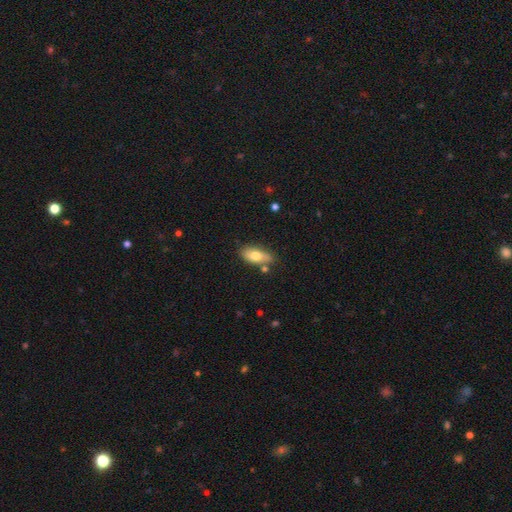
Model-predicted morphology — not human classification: Overall: smooth (73%). How rounded: in between (86%). Merging: none (71%).